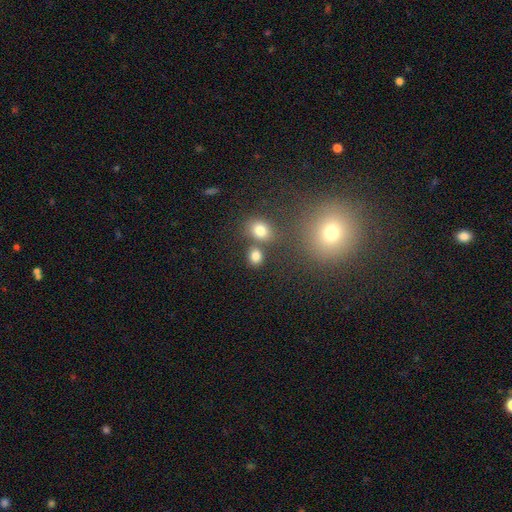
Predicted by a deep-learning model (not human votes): smooth_or_featured: smooth (p=0.80) [alt: star or artifact p=0.13]
how_rounded: round (p=0.59) [alt: in between p=0.40]
merging: none (p=0.68) [alt: merger p=0.19]